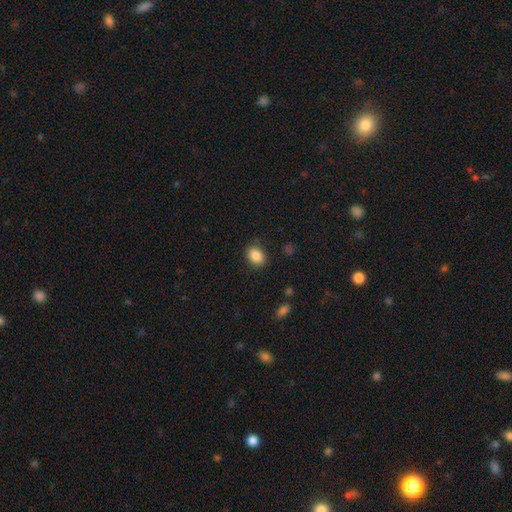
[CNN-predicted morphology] This appears to be a smooth galaxy with no disk features (85%) that is in between round and cigar-shaped (69%). Merging: none (84%).